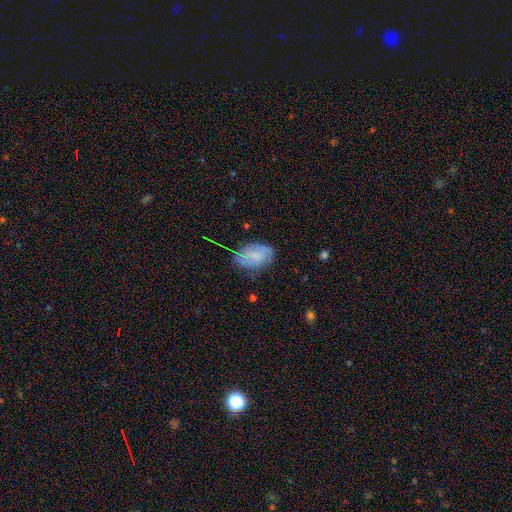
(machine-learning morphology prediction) smooth 62%, featured or disk 28%, star or artifact 10%. Down the decision tree: how rounded — in between (86%); merging — none (60%).